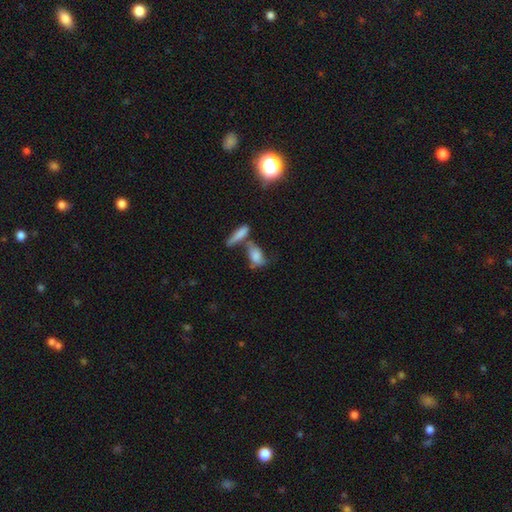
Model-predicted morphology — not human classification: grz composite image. It shows a smooth galaxy with no disk features (69%) that is in between round and cigar-shaped (76%). Merging: merger (42%).